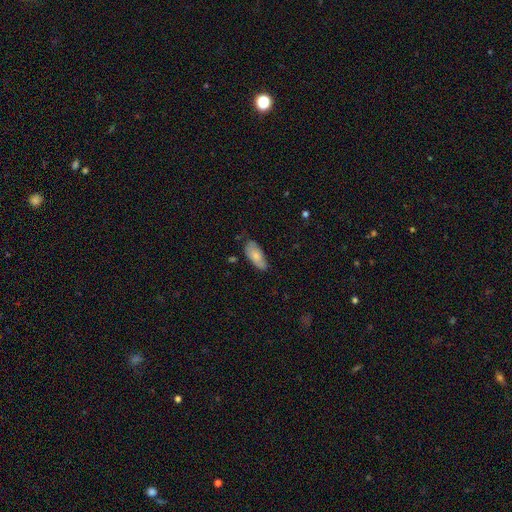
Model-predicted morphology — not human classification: Smooth or featured? Predicted: smooth (p=0.76). How rounded? Predicted: in between (p=0.87). Merging? Predicted: none (p=0.63).